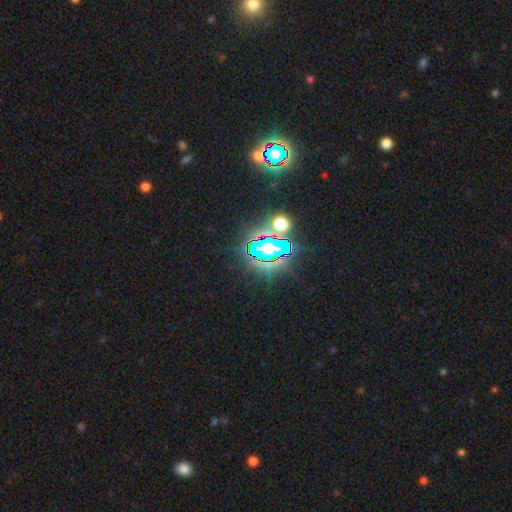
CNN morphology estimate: Smooth or featured? Predicted: star or artifact (p=0.75).